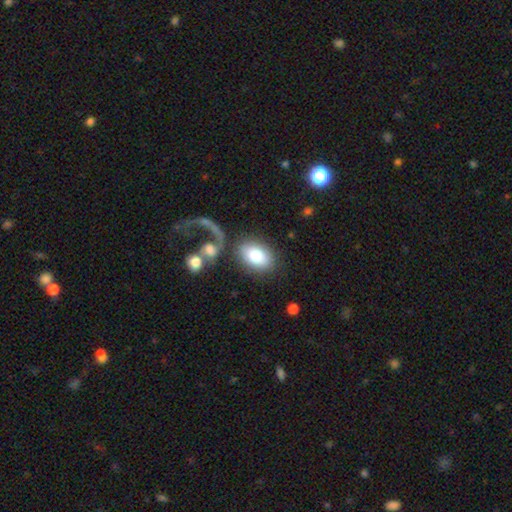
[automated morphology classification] A smooth galaxy with no disk features (79%) that is in between round and cigar-shaped (83%).

Vote fractions:
- Smooth or featured? smooth: 79% / featured or disk: 15% / star or artifact: 7%
- How rounded? in between: 83% / round: 16% / cigar-shaped: 1%
- Merging? none: 65% / merger: 13% / minor disturbance: 12% / major disturbance: 10%